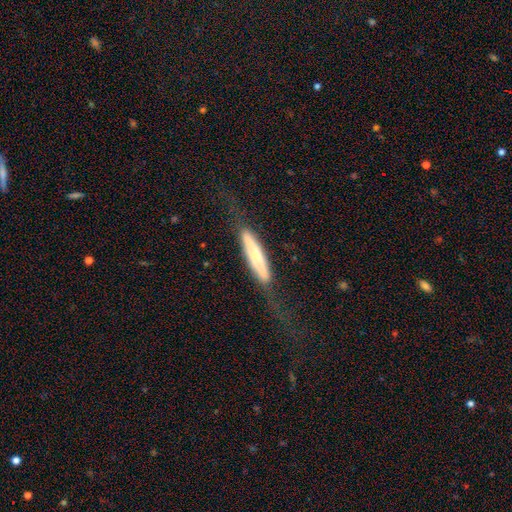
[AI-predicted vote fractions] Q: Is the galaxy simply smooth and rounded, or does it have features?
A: smooth — 51%.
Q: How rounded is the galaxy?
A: cigar-shaped — 80%.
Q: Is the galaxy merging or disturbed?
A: none — 56%.